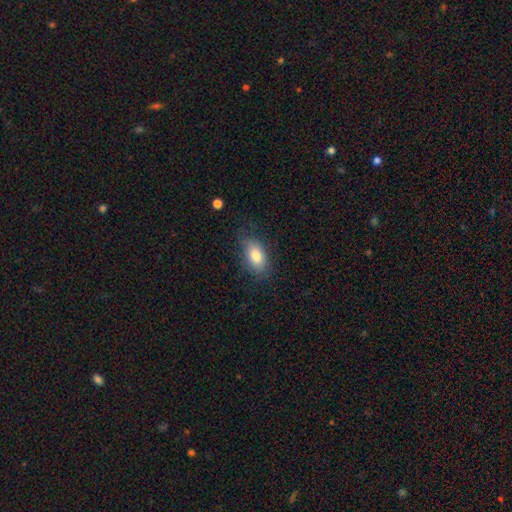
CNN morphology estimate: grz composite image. It shows a smooth galaxy with no disk features (82%) that is in between round and cigar-shaped (90%). Merging: none (74%).